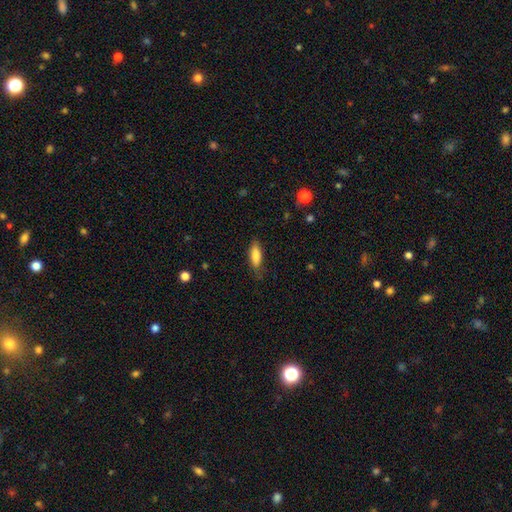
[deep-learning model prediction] A smooth galaxy with no disk features (84%) that is in between round and cigar-shaped (61%).

Vote fractions:
- Smooth or featured? smooth: 84% / featured or disk: 10% / star or artifact: 6%
- How rounded? in between: 61% / cigar-shaped: 37% / round: 2%
- Merging? none: 74% / minor disturbance: 20% / major disturbance: 5% / merger: 1%